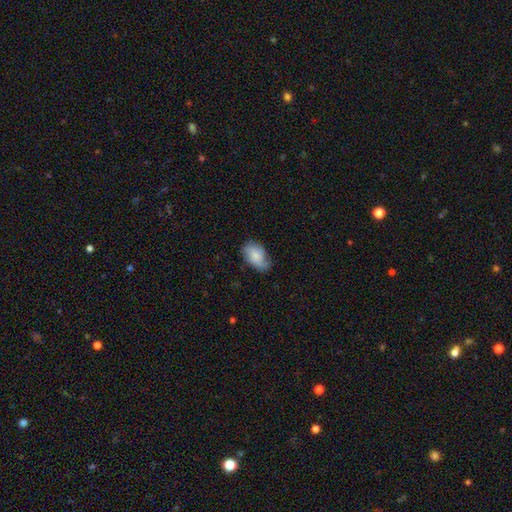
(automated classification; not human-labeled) Smooth or featured? smooth (73%)
How rounded? in between (90%)
Merging? none (54%)